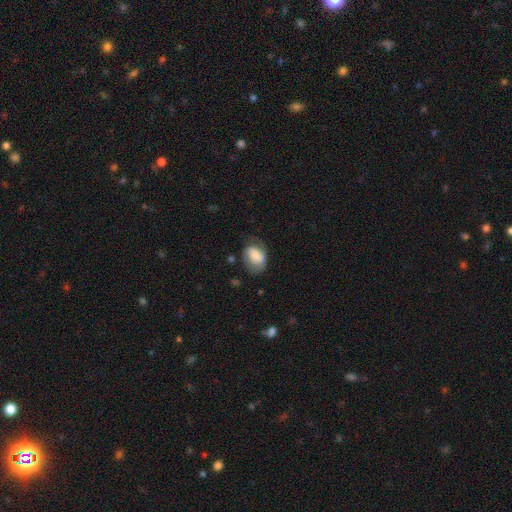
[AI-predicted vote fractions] Smooth or featured? smooth (74%)
How rounded? in between (78%)
Merging? none (47%)